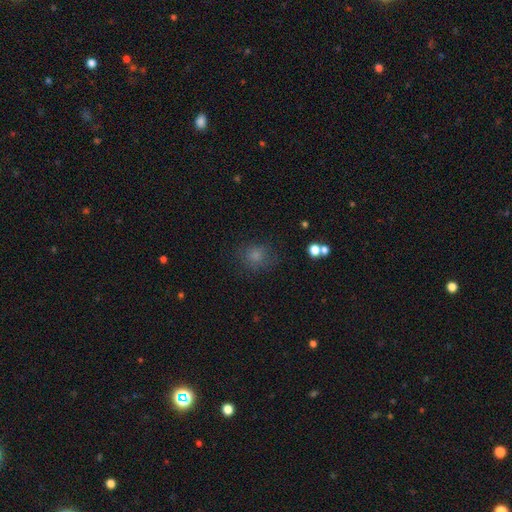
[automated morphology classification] A smooth galaxy with no disk features (75%) that is round (77%).

Vote fractions:
- Smooth or featured? smooth: 75% / star or artifact: 17% / featured or disk: 8%
- How rounded? round: 77% / in between: 22% / cigar-shaped: 1%
- Merging? none: 76% / minor disturbance: 15% / major disturbance: 7% / merger: 2%